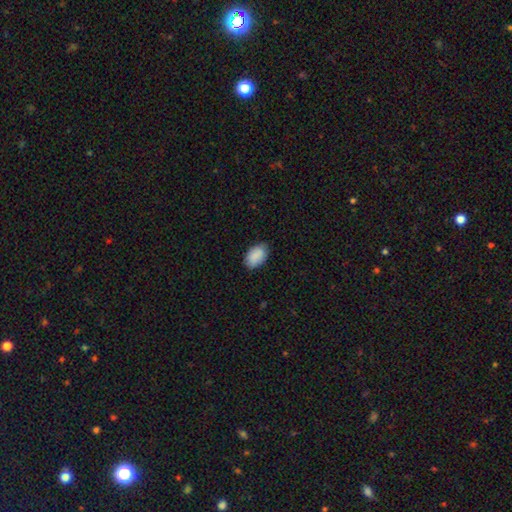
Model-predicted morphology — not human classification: This is clearly a smooth galaxy (90%). How rounded: clearly in between (92%). Merging: clearly none (83%).